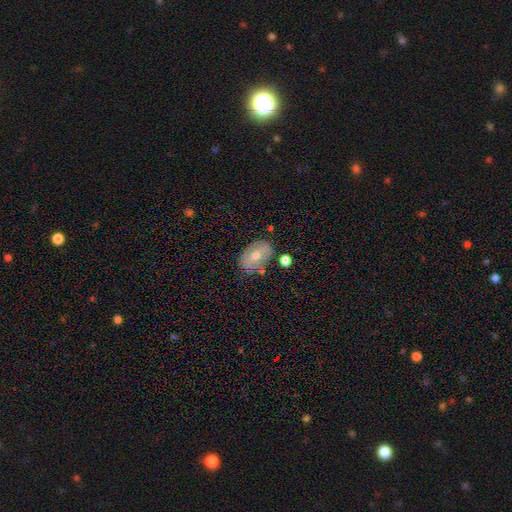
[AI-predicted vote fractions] A smooth galaxy with no disk features (45%, tied with featured or disk). Merging: none (74%).